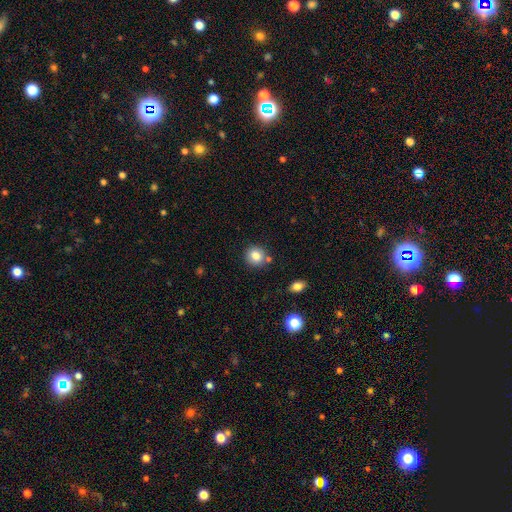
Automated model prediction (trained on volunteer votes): smooth_or_featured: smooth (p=0.83) [alt: star or artifact p=0.10]
how_rounded: round (p=0.83) [alt: in between p=0.17]
merging: none (p=0.78) [alt: minor disturbance p=0.11]